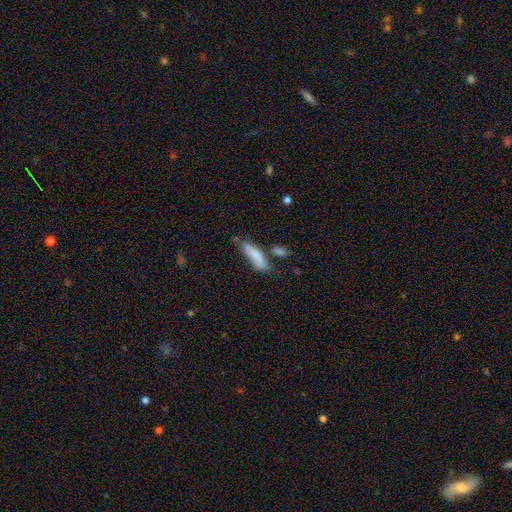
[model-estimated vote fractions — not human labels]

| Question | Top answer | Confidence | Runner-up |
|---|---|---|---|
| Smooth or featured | smooth | 80% | featured or disk (14%) |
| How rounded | cigar-shaped | 58% | in between (40%) |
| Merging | none | 53% | minor disturbance (26%) |